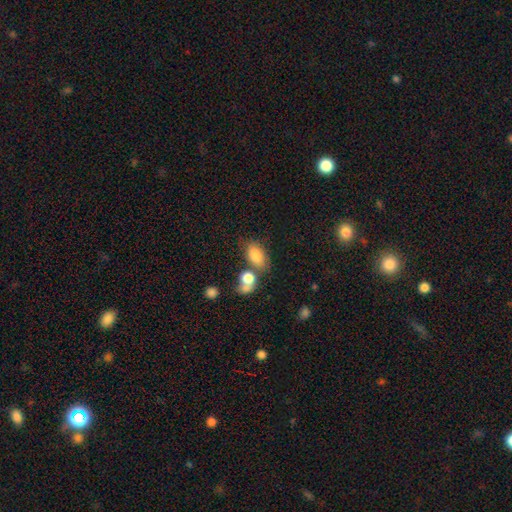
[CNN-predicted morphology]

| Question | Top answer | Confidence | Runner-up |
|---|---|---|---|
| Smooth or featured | smooth | 82% | featured or disk (9%) |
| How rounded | in between | 87% | round (10%) |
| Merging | none | 51% | merger (27%) |